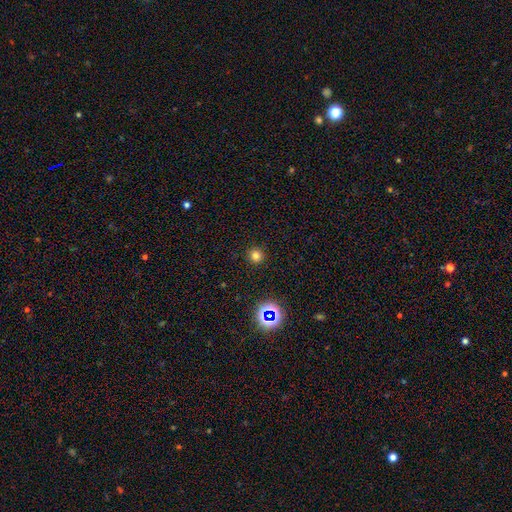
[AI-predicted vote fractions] Smooth or featured?
  - smooth: 75% *
  - star or artifact: 19%
  - featured or disk: 6%
How rounded?
  - round: 94% *
  - in between: 5%
  - cigar-shaped: 1%
Merging?
  - none: 91% *
  - minor disturbance: 5%
  - major disturbance: 2%
  - merger: 1%